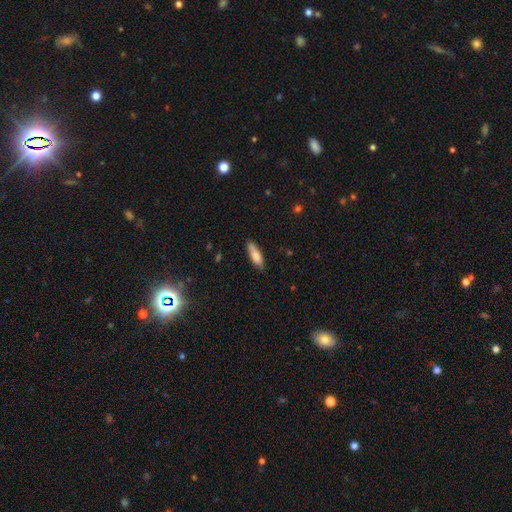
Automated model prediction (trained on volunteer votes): Smooth or featured? Predicted: smooth (p=0.79). How rounded? Predicted: cigar-shaped (p=0.55). Merging? Predicted: none (p=0.81).